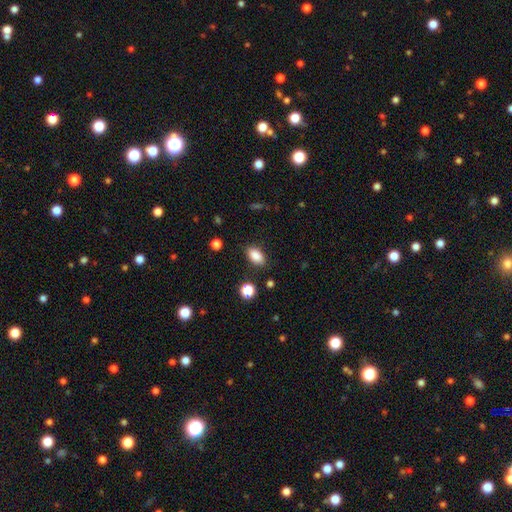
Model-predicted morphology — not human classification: smooth 87%, star or artifact 9%, featured or disk 4%. Down the decision tree: how rounded — in between (90%); merging — none (85%).